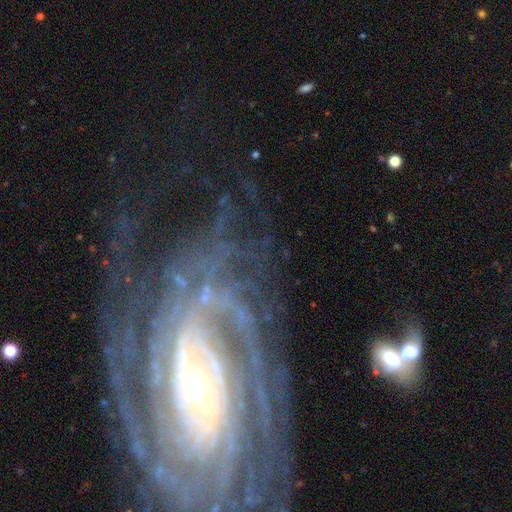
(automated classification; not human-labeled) featured or disk 87%, star or artifact 8%, smooth 5%. Down the decision tree: edge-on disk — no (95%); bar — no (38%); spiral arms — yes (95%); spiral arm count — can't tell (29%); spiral winding — tight (68%); bulge size — small (60%); merging — none (63%).